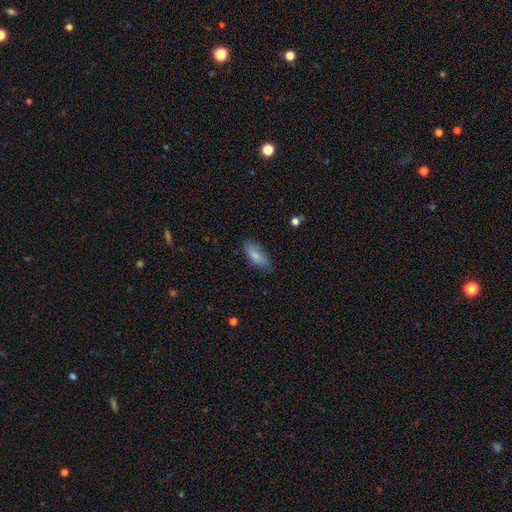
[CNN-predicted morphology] Smooth or featured? Predicted: smooth (p=0.81). How rounded? Predicted: in between (p=0.84). Merging? Predicted: none (p=0.73).